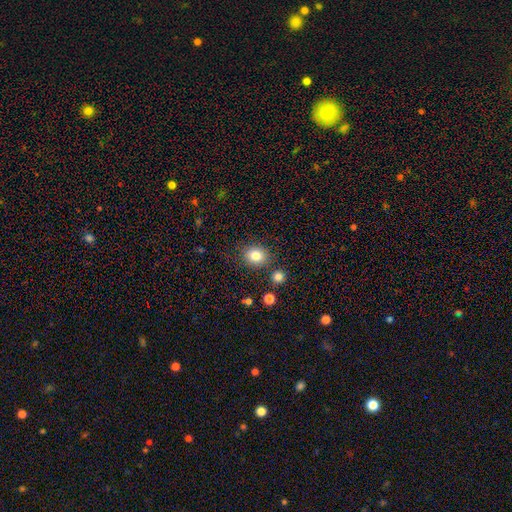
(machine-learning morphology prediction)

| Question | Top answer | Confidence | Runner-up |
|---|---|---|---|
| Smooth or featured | smooth | 82% | star or artifact (11%) |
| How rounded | round | 70% | in between (29%) |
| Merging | none | 83% | minor disturbance (9%) |